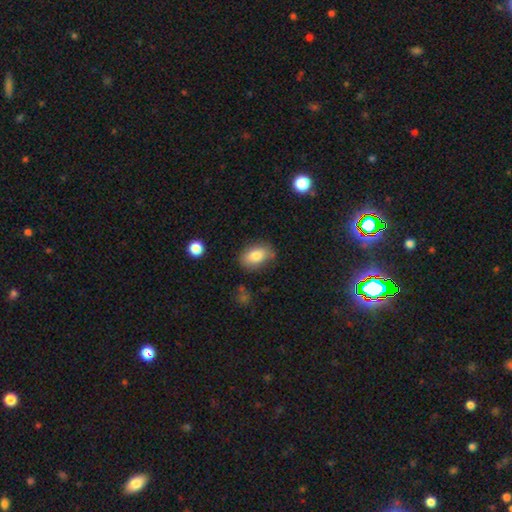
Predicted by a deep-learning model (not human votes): smooth_or_featured: smooth (p=0.83) [alt: featured or disk p=0.10]
how_rounded: in between (p=0.87) [alt: round p=0.11]
merging: none (p=0.75) [alt: minor disturbance p=0.18]